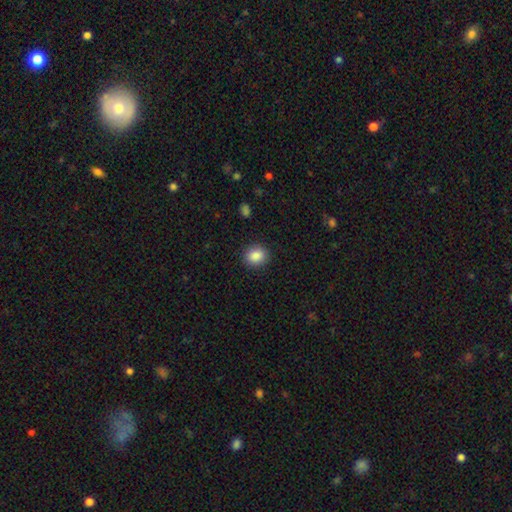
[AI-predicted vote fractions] This appears to be a smooth galaxy with no disk features (88%) that is round (62%). Merging: none (89%).